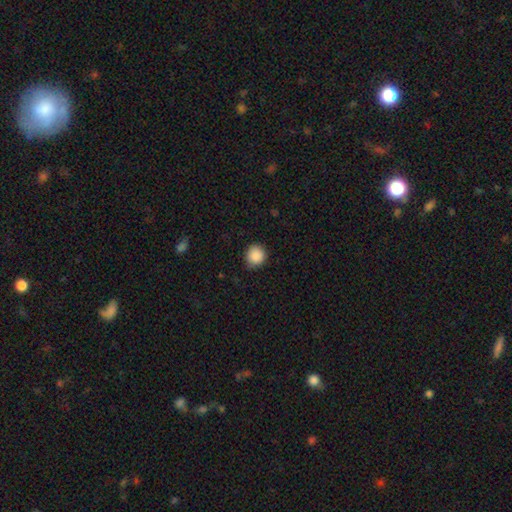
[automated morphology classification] smooth-or-featured: smooth: 88% | star or artifact: 9% | featured or disk: 3%
  how-rounded: round: 91% | in between: 8% | cigar-shaped: 1%
  merging: none: 84% | minor disturbance: 13% | major disturbance: 3% | merger: 1%